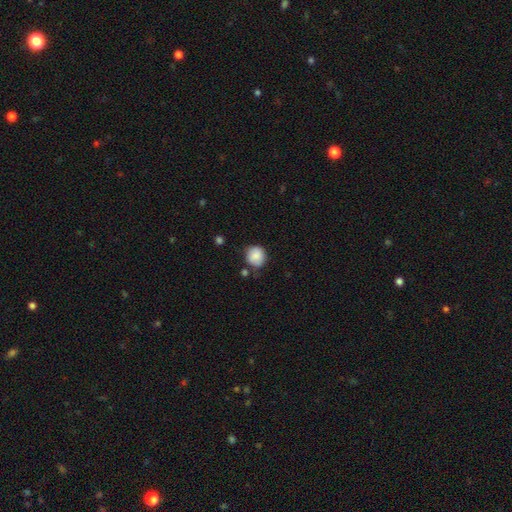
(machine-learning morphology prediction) This is clearly a smooth galaxy (87%). How rounded: clearly round (85%). Merging: likely none (69%).